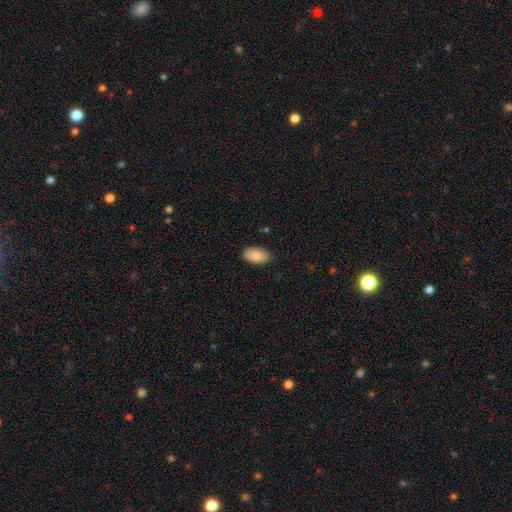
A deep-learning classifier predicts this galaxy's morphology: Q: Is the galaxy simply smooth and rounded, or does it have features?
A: smooth — 88%.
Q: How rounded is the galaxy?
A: in between — 95%.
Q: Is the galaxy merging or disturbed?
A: none — 85%.